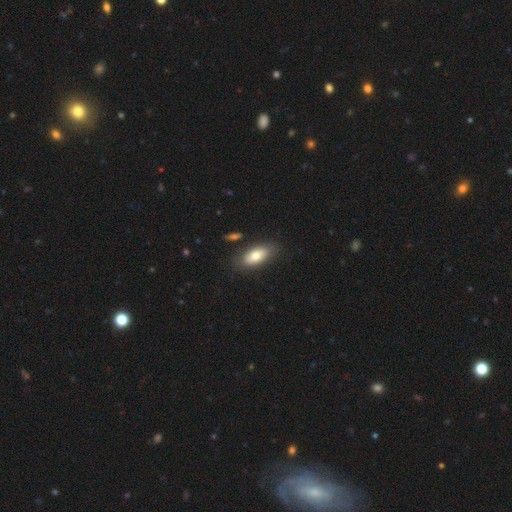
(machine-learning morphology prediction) Q: Smooth or featured?
A: smooth (74%); runner-up: featured or disk (19%)
Q: How rounded?
A: in between (86%); runner-up: cigar-shaped (10%)
Q: Merging?
A: none (82%); runner-up: minor disturbance (12%)